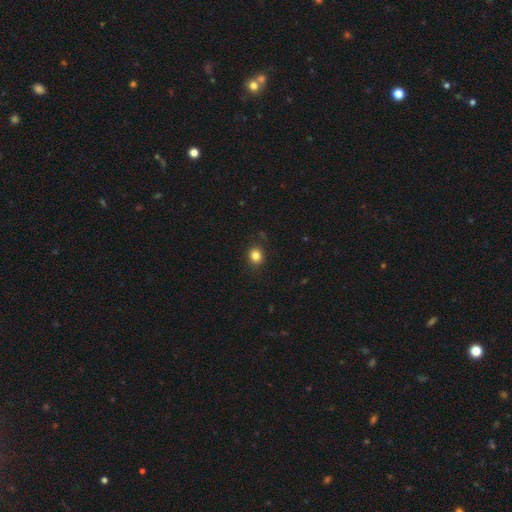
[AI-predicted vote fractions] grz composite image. It shows a smooth galaxy with no disk features (83%) that is round (69%). Merging: none (86%).